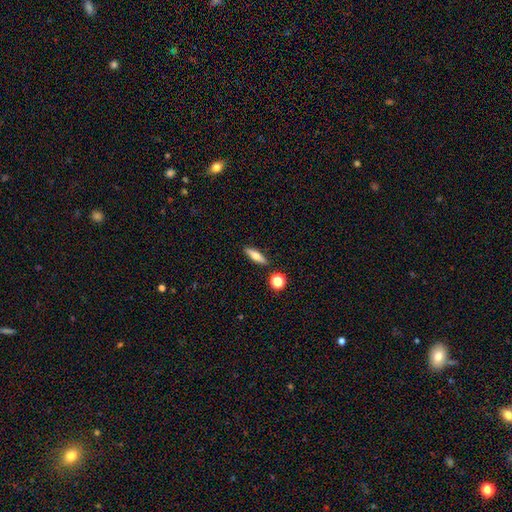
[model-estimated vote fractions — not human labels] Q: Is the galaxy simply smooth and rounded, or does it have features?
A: smooth — 61%.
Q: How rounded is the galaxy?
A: cigar-shaped — 56%.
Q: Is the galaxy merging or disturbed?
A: none — 86%.